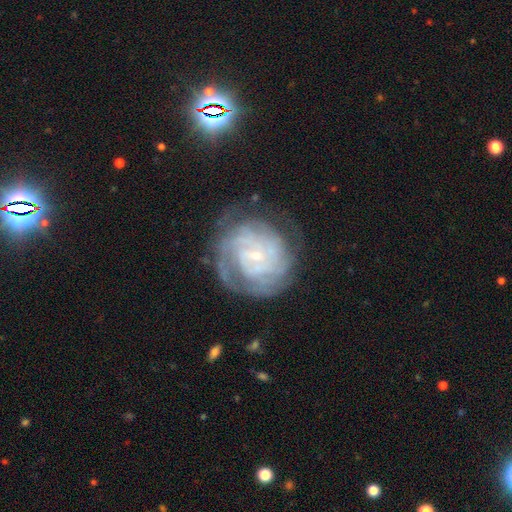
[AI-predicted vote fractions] A featured or disk galaxy (83%) with no bar (62%), tight (74%) spiral arms (93%) and a small central bulge (83%). Merging: none (69%).